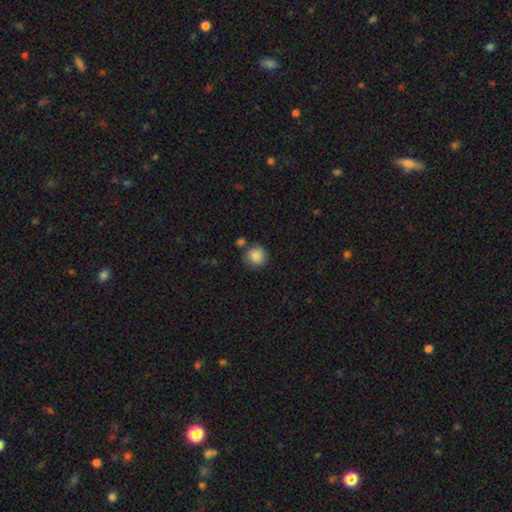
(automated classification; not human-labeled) Smooth or featured? Predicted: smooth (p=0.83). How rounded? Predicted: round (p=0.91). Merging? Predicted: none (p=0.73).